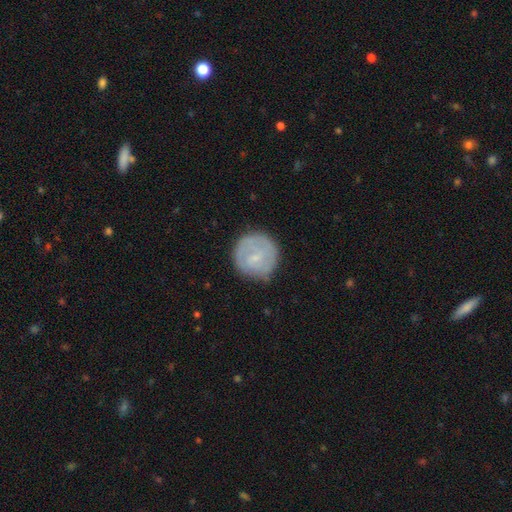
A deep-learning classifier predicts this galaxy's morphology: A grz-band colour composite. It shows a smooth galaxy with no disk features (51%) that is round (93%). Merging: none (77%).